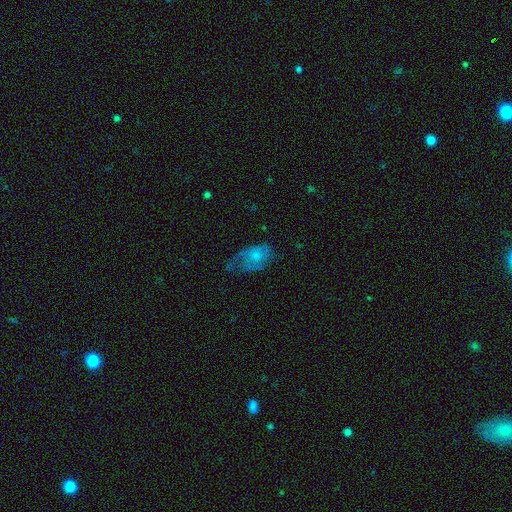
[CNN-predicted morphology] Smooth or featured? featured or disk (47%)
Merging? major disturbance (35%)